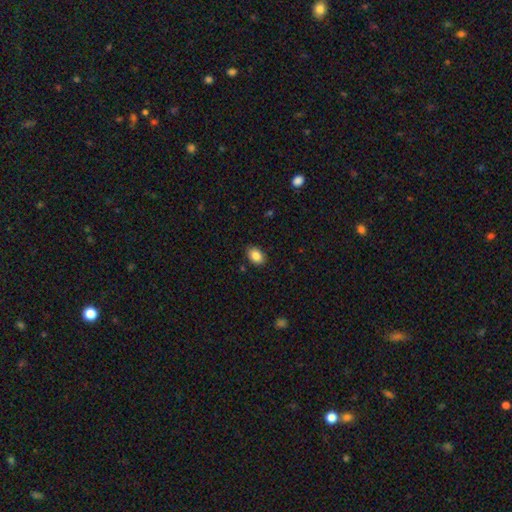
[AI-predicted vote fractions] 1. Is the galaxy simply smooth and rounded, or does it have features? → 86% smooth, 8% star or artifact, 6% featured or disk.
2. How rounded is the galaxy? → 85% in between, 13% round, 1% cigar-shaped.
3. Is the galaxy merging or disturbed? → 88% none, 9% minor disturbance, 2% major disturbance, 1% merger.